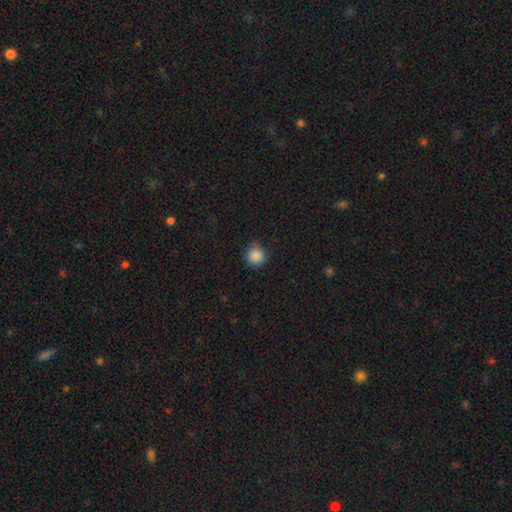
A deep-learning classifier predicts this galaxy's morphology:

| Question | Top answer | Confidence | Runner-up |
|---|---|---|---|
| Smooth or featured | smooth | 87% | star or artifact (9%) |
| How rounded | round | 91% | in between (8%) |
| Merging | none | 75% | minor disturbance (21%) |